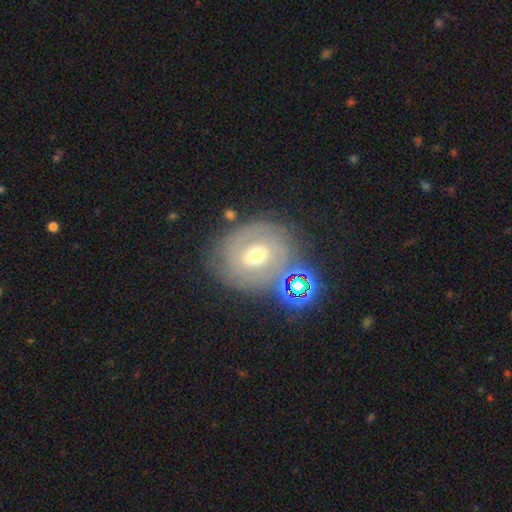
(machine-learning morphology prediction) Smooth or featured? featured or disk (52%)
Edge-on disk? no (94%)
Merging? none (64%)